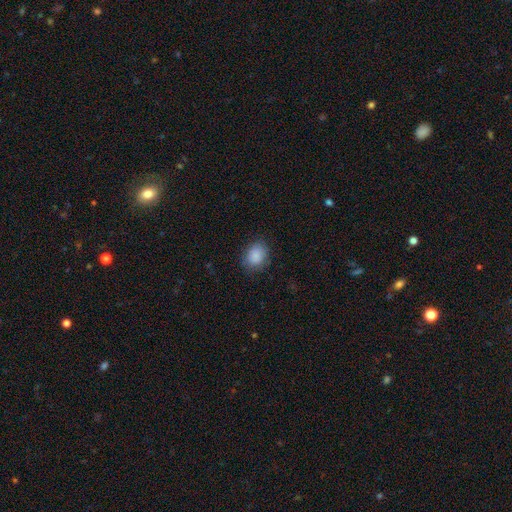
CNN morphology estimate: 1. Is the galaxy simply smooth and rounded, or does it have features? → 88% smooth, 8% star or artifact, 4% featured or disk.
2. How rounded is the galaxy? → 56% in between, 43% round, 1% cigar-shaped.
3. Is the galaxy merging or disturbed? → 79% none, 16% minor disturbance, 4% major disturbance, 1% merger.